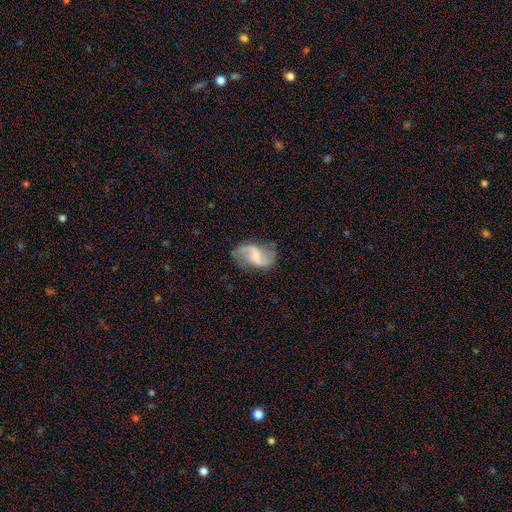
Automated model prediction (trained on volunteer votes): Morphology: type=featured or disk (84%); edge-on=no (98%); bar=weak (51%); spiral arms=yes (96%); winding=loose (65%); arm count=2 (93%); bulge=small (47%); merging=none (74%).